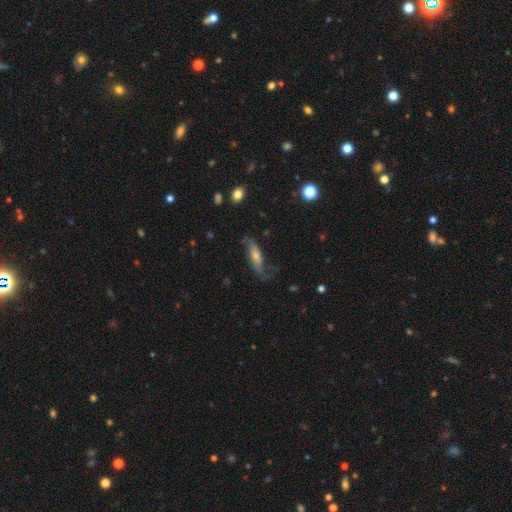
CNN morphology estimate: Overall: featured or disk (63%; smooth 28%). Edge-on disk: no (71%). Merging: none (61%; minor disturbance 22%).